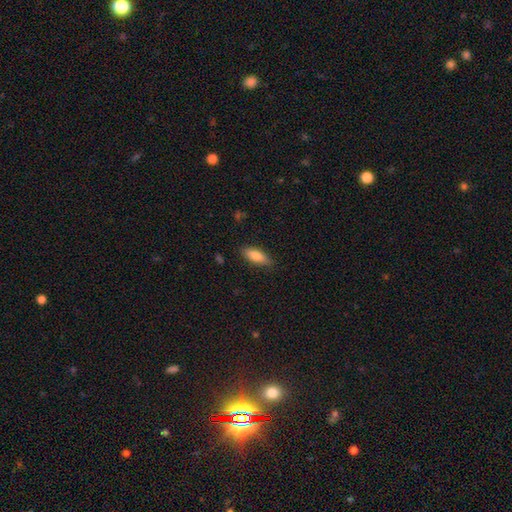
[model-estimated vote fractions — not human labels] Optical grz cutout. It shows a smooth galaxy with no disk features (82%) that is in between round and cigar-shaped (72%). Merging: none (85%).